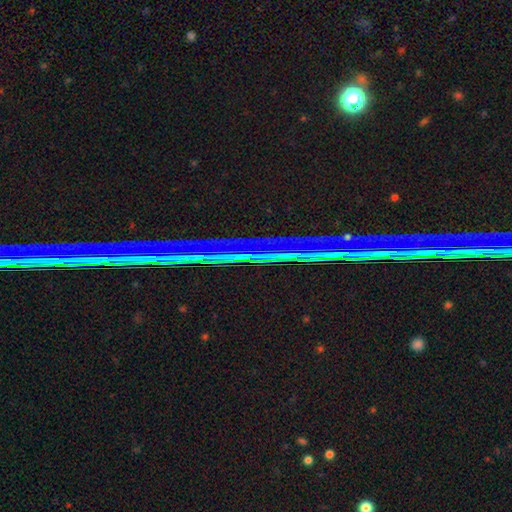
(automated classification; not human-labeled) Smooth or featured: star or artifact — 86% (featured or disk — 8%)